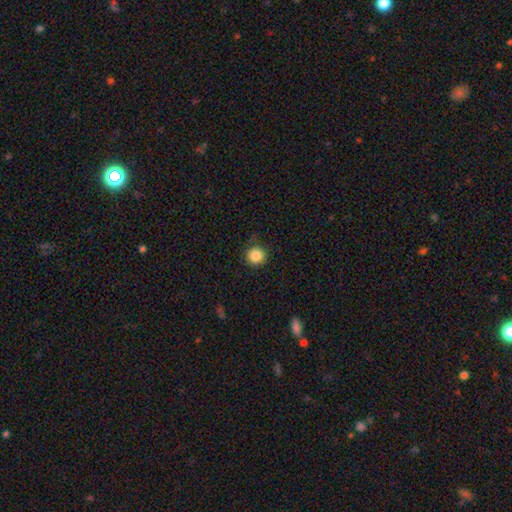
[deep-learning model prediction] Q: Smooth or featured?
A: smooth (85%); runner-up: star or artifact (10%)
Q: How rounded?
A: round (94%); runner-up: in between (5%)
Q: Merging?
A: none (87%); runner-up: minor disturbance (9%)